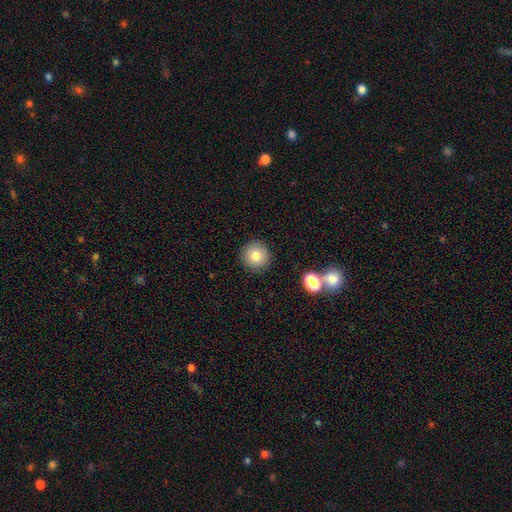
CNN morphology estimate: smooth-or-featured: smooth: 79% | star or artifact: 11% | featured or disk: 10%
  how-rounded: round: 95% | in between: 4% | cigar-shaped: 1%
  merging: none: 90% | minor disturbance: 6% | major disturbance: 2% | merger: 2%